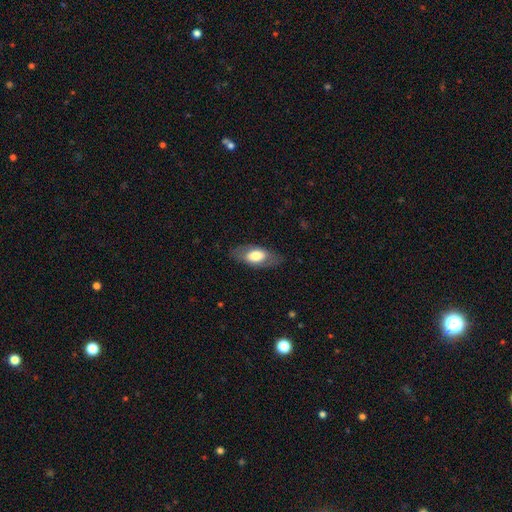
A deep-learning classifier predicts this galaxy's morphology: Q: Smooth or featured?
A: smooth (61%); runner-up: featured or disk (33%)
Q: How rounded?
A: in between (88%); runner-up: cigar-shaped (7%)
Q: Merging?
A: none (79%); runner-up: minor disturbance (14%)